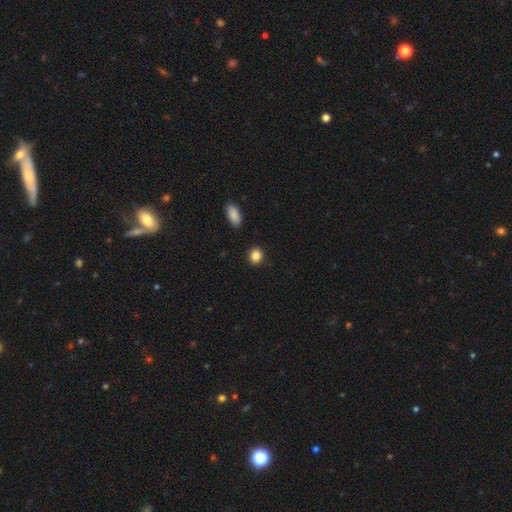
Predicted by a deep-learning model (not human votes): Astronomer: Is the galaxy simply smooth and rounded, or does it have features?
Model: smooth — 86%.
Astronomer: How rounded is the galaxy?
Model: round — 68%.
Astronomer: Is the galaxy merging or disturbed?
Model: none — 90%.